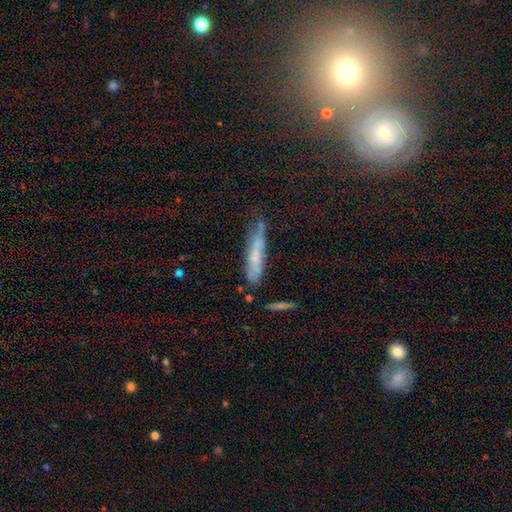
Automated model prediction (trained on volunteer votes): This is possibly a smooth galaxy (50%). Merging: likely none (60%).